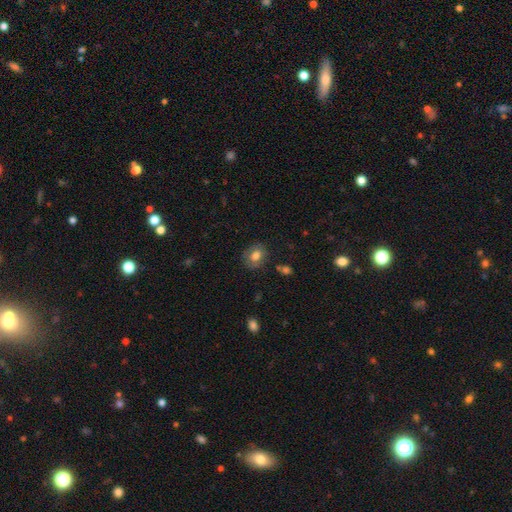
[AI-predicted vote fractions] smooth_or_featured: smooth (p=0.71) [alt: featured or disk p=0.21]
how_rounded: round (p=0.51) [alt: in between p=0.48]
merging: none (p=0.80) [alt: minor disturbance p=0.14]